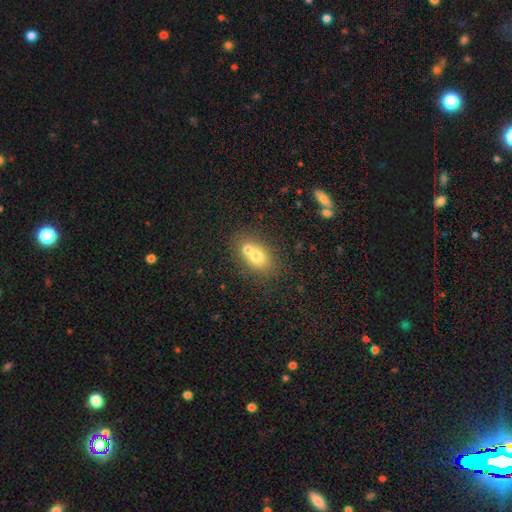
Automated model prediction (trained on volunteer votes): Q: Smooth or featured?
A: smooth (68%); runner-up: featured or disk (22%)
Q: How rounded?
A: in between (73%); runner-up: round (25%)
Q: Merging?
A: merger (46%); runner-up: none (40%)